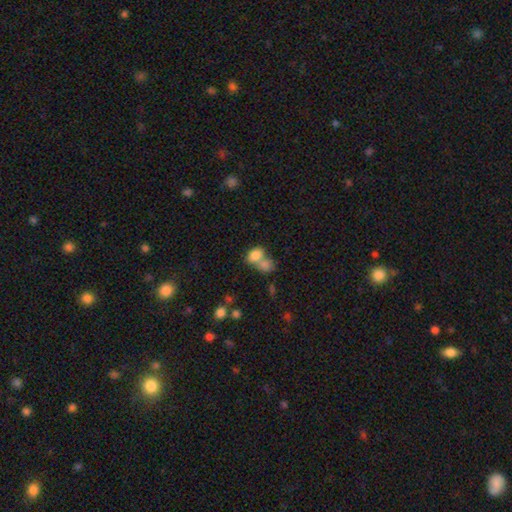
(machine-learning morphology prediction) Smooth or featured?
  - smooth: 81% *
  - star or artifact: 10%
  - featured or disk: 9%
How rounded?
  - in between: 79% *
  - round: 19%
  - cigar-shaped: 1%
Merging?
  - merger: 58% *
  - none: 28%
  - minor disturbance: 8%
  - major disturbance: 5%